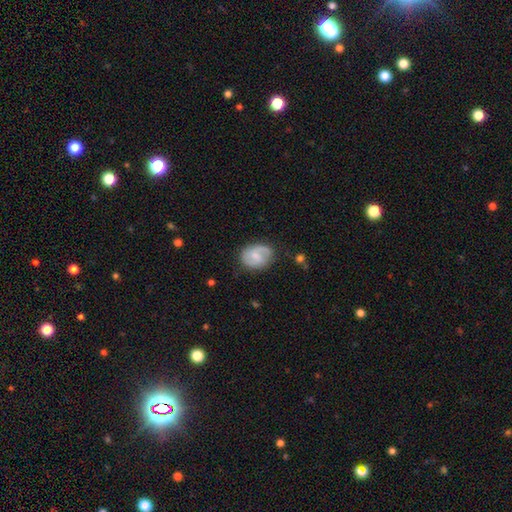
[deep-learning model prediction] Smooth or featured? featured or disk (63%)
Edge-on disk? no (98%)
Bar? weak (56%)
Spiral arms? yes (88%)
Spiral winding? medium (47%)
Spiral arm count? 2 (81%)
Bulge size? small (45%)
Merging? none (75%)